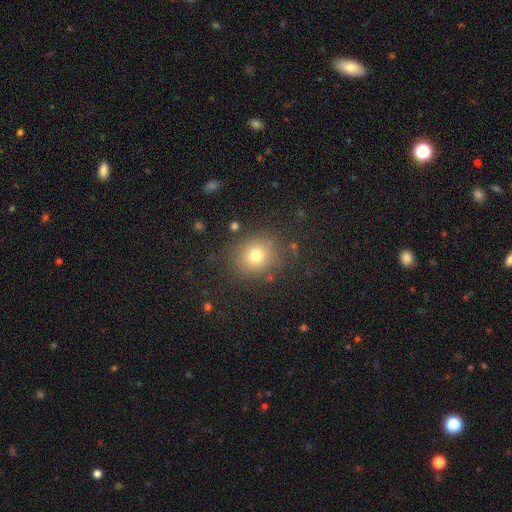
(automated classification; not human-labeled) Smooth or featured?
  - smooth: 75% *
  - star or artifact: 15%
  - featured or disk: 10%
How rounded?
  - round: 83% *
  - in between: 16%
  - cigar-shaped: 1%
Merging?
  - none: 84% *
  - minor disturbance: 9%
  - major disturbance: 4%
  - merger: 2%